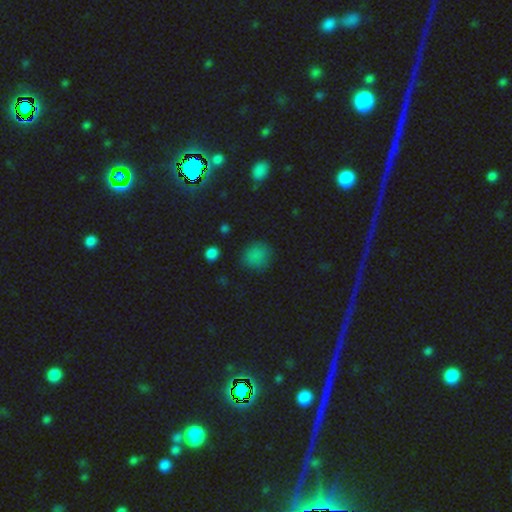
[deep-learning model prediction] The model was most divided on "smooth or featured": smooth: 77%, star or artifact: 17%, featured or disk: 5%. More confident: how rounded — round (83%); merging — none (80%).